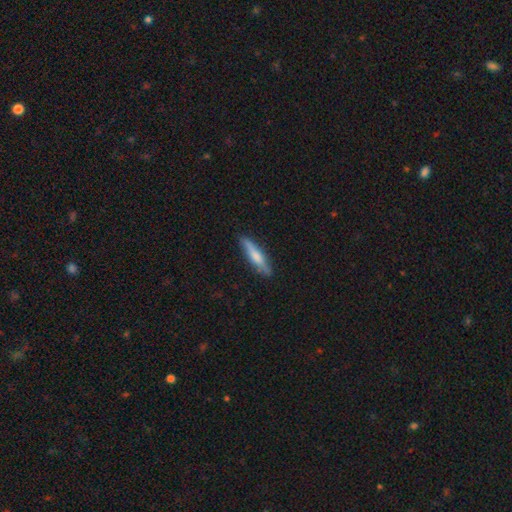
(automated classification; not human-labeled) Q: Smooth or featured?
A: smooth (61%); runner-up: featured or disk (34%)
Q: How rounded?
A: cigar-shaped (84%); runner-up: in between (15%)
Q: Merging?
A: none (84%); runner-up: minor disturbance (12%)